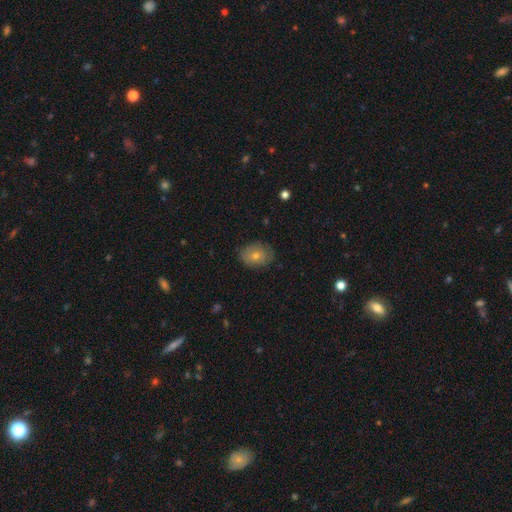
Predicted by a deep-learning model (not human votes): Smooth or featured? smooth (61%)
How rounded? in between (60%)
Merging? none (81%)